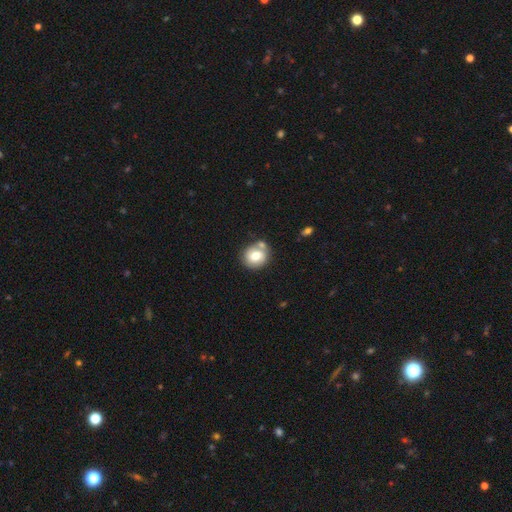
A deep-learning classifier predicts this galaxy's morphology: A smooth galaxy with no disk features (72%) that is round (81%). Merging: none (62%).